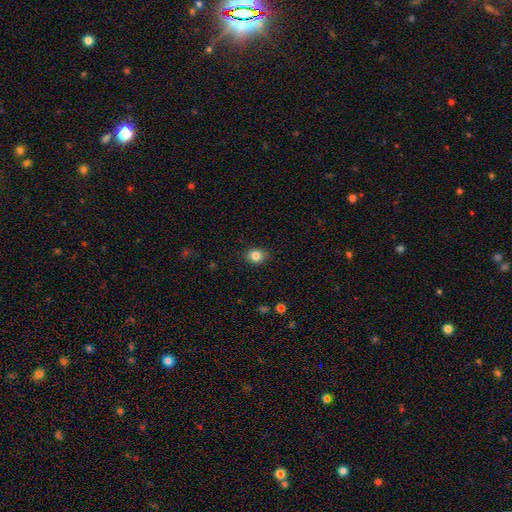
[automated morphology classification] Smooth or featured?
  - smooth: 84% *
  - star or artifact: 10%
  - featured or disk: 5%
How rounded?
  - round: 63% *
  - in between: 36%
  - cigar-shaped: 1%
Merging?
  - none: 87% *
  - minor disturbance: 10%
  - major disturbance: 2%
  - merger: 1%